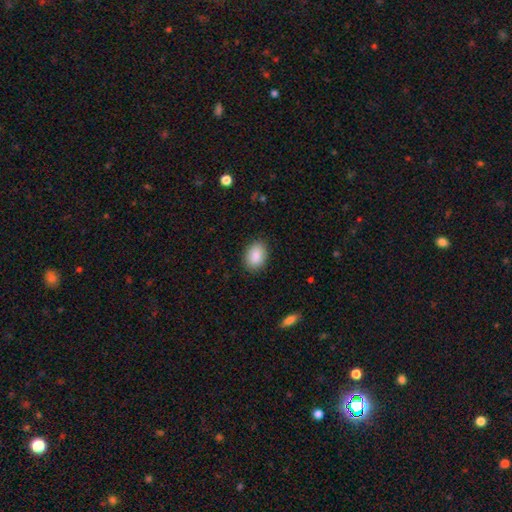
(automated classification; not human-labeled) A smooth galaxy with no disk features (89%) that is in between round and cigar-shaped (82%).

Vote fractions:
- Smooth or featured? smooth: 89% / star or artifact: 7% / featured or disk: 4%
- How rounded? in between: 82% / round: 17% / cigar-shaped: 1%
- Merging? none: 87% / minor disturbance: 10% / major disturbance: 2% / merger: 1%